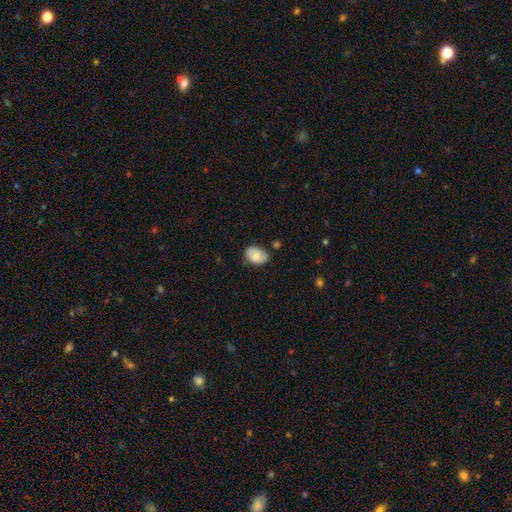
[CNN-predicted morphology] Smooth or featured?
  - smooth: 80% *
  - featured or disk: 12%
  - star or artifact: 7%
How rounded?
  - in between: 80% *
  - round: 19%
  - cigar-shaped: 1%
Merging?
  - none: 66% *
  - minor disturbance: 25%
  - major disturbance: 4%
  - merger: 4%